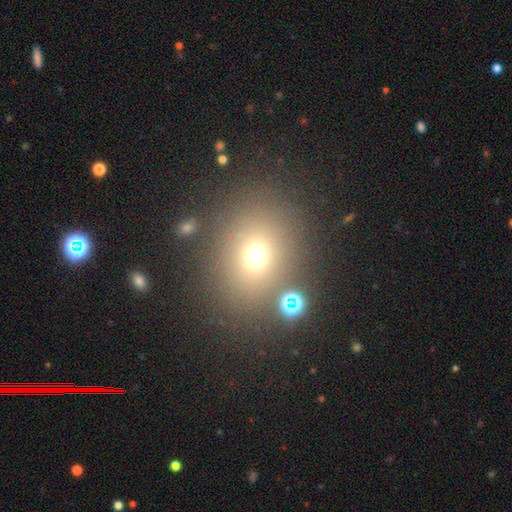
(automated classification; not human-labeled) Smooth or featured: smooth — 69% (star or artifact — 20%)
How rounded: round — 65% (in between — 34%)
Merging: none — 79% (minor disturbance — 9%)